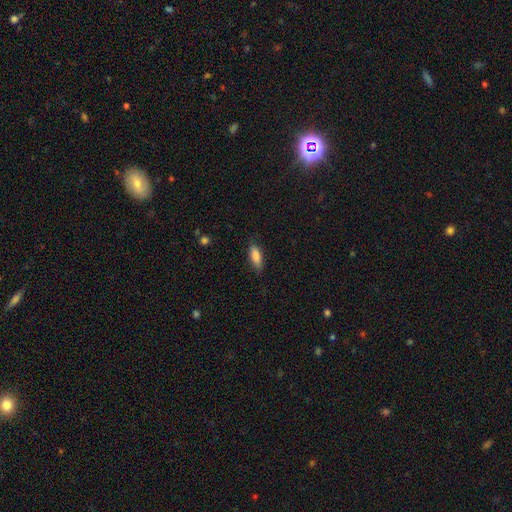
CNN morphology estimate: smooth_or_featured: smooth (p=0.83) [alt: featured or disk p=0.11]
how_rounded: in between (p=0.65) [alt: cigar-shaped p=0.32]
merging: none (p=0.83) [alt: minor disturbance p=0.13]